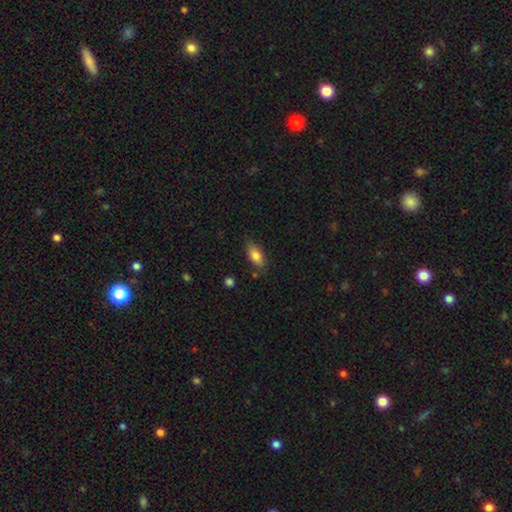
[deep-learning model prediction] The model was most divided on "how rounded": in between: 81%, cigar-shaped: 16%, round: 3%. More confident: smooth or featured — smooth (81%); merging — none (80%).